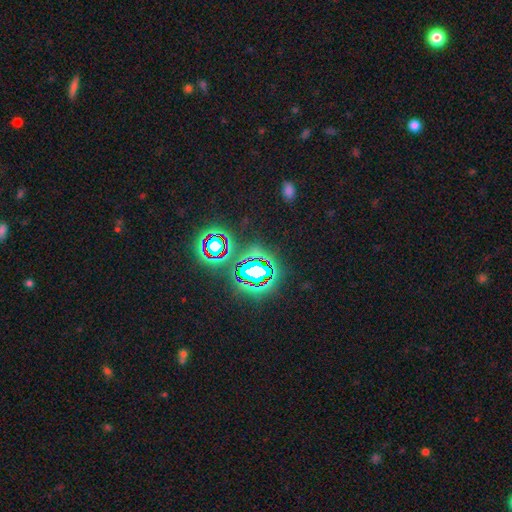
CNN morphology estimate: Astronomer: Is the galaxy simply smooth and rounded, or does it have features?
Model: star or artifact — 78%.